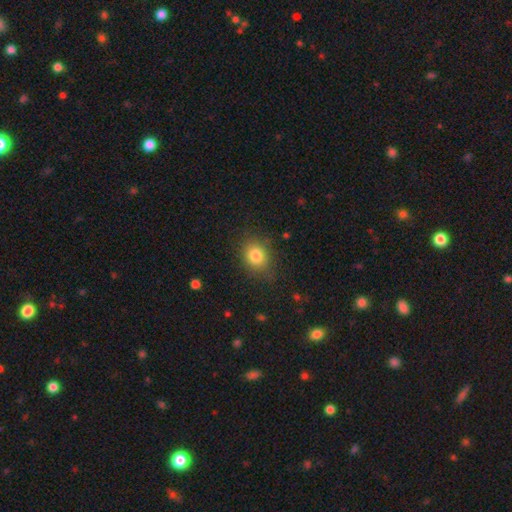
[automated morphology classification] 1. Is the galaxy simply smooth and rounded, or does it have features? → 81% smooth, 11% star or artifact, 8% featured or disk.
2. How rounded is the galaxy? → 62% round, 37% in between, 1% cigar-shaped.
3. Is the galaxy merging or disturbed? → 80% none, 15% minor disturbance, 4% major disturbance, 1% merger.